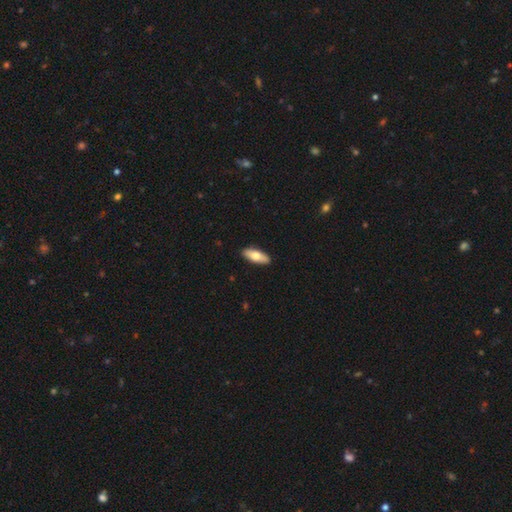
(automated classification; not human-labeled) The model was most divided on "how rounded": in between: 71%, cigar-shaped: 26%, round: 2%. More confident: merging — none (90%); smooth or featured — smooth (70%).